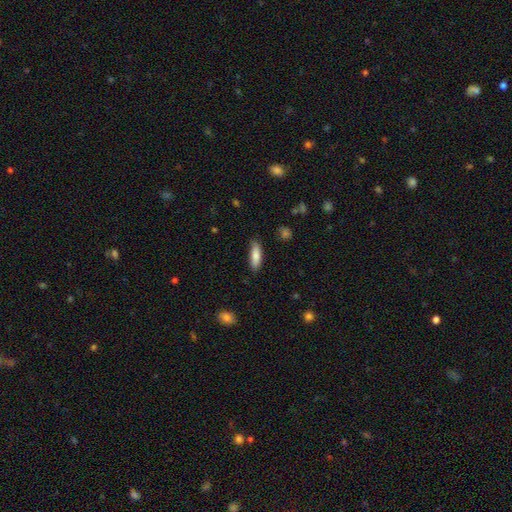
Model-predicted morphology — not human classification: Q: Smooth or featured?
A: smooth (83%); runner-up: featured or disk (11%)
Q: How rounded?
A: cigar-shaped (49%); tied with: in between (49%)
Q: Merging?
A: none (81%); runner-up: minor disturbance (15%)